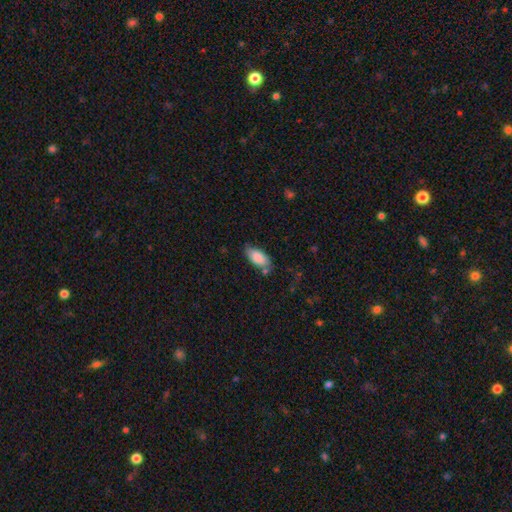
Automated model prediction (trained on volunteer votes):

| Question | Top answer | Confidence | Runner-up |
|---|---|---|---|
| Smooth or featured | smooth | 85% | featured or disk (8%) |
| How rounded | in between | 88% | cigar-shaped (10%) |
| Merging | none | 73% | minor disturbance (18%) |